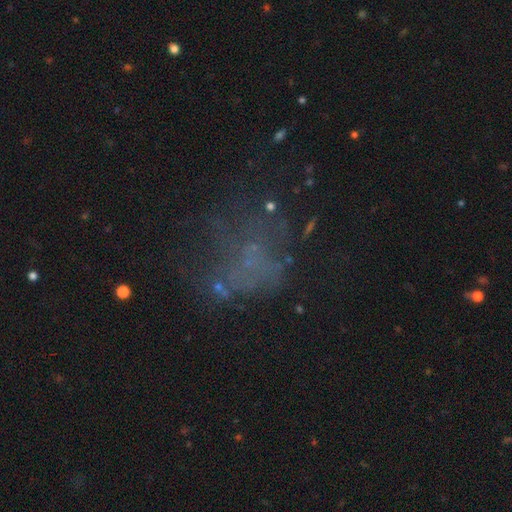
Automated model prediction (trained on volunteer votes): The model was most divided on "smooth or featured": featured or disk: 37%, star or artifact: 36%, smooth: 27%. Remaining: merging — none (49%).